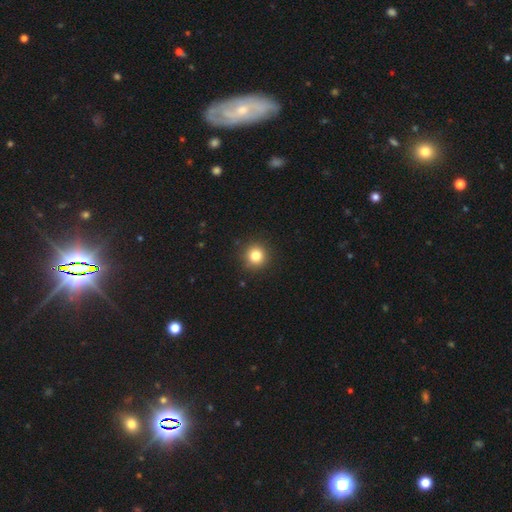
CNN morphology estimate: A smooth galaxy with no disk features (82%) that is round (94%).

Vote fractions:
- Smooth or featured? smooth: 82% / star or artifact: 12% / featured or disk: 6%
- How rounded? round: 94% / in between: 5% / cigar-shaped: 1%
- Merging? none: 92% / minor disturbance: 5% / major disturbance: 2% / merger: 1%